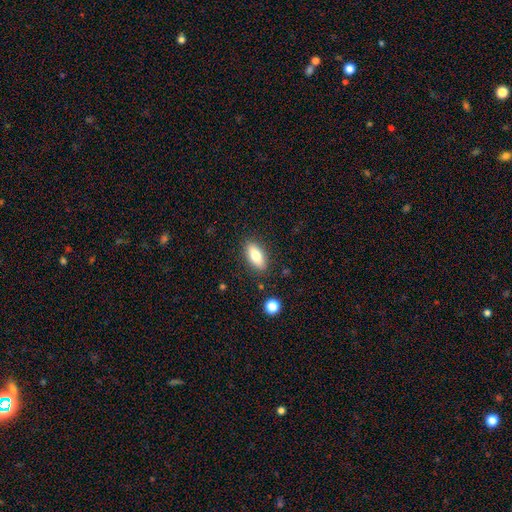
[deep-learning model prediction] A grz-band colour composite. It shows a smooth galaxy with no disk features (78%) that is in between round and cigar-shaped (84%). Merging: none (85%).